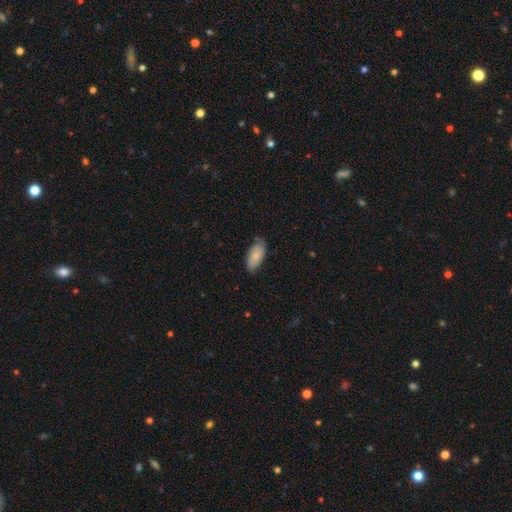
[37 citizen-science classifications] Smooth or featured? 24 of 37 (65%) said smooth. How rounded? 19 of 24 (79%) said in between. Merging? 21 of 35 (60%) said none.